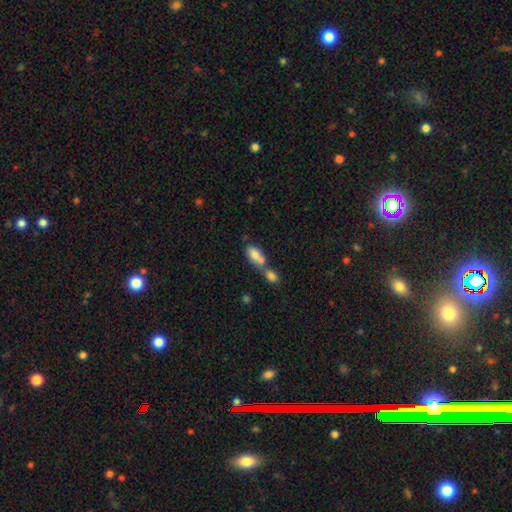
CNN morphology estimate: Overall: smooth (76%). How rounded: in between (84%). Merging: merger (66%).